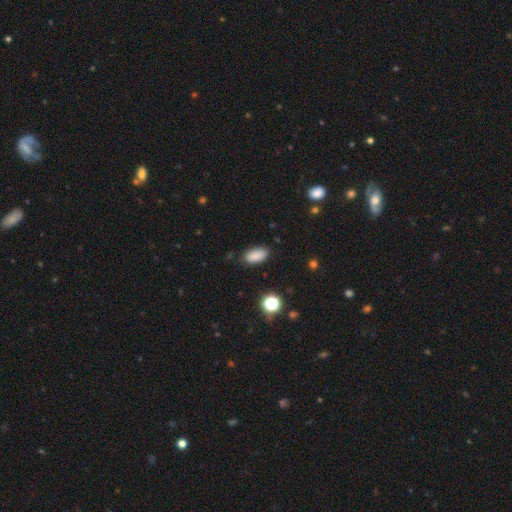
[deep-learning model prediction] Smooth or featured? smooth (86%)
How rounded? in between (91%)
Merging? none (85%)